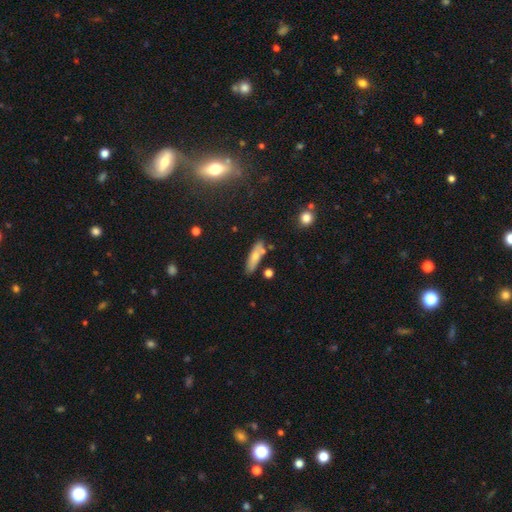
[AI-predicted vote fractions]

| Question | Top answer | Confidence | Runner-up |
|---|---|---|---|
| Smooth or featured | smooth | 69% | featured or disk (22%) |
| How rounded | cigar-shaped | 56% | in between (41%) |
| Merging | none | 74% | minor disturbance (14%) |